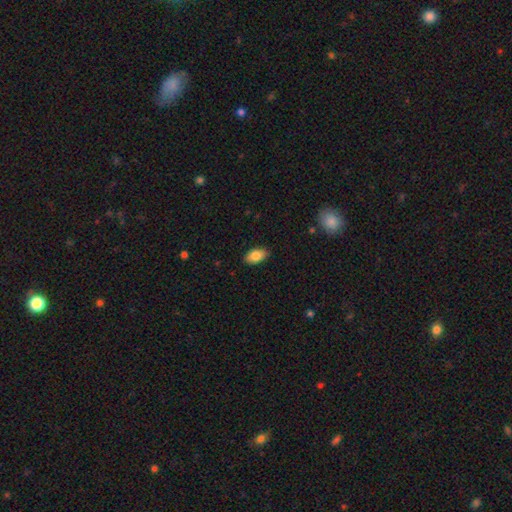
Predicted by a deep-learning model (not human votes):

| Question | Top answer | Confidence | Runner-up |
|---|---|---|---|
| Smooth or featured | smooth | 84% | featured or disk (9%) |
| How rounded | in between | 93% | round (5%) |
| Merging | none | 86% | minor disturbance (11%) |